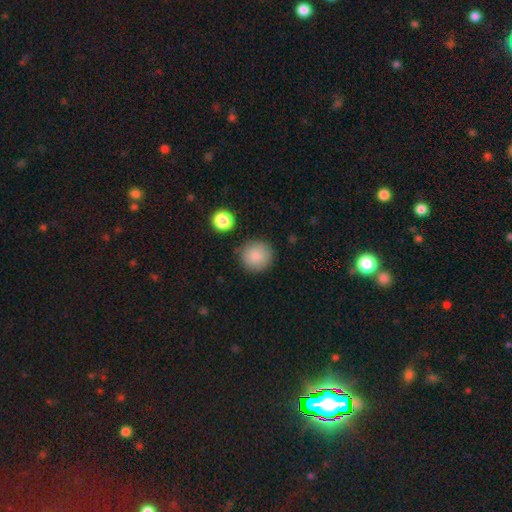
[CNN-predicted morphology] smooth-or-featured: smooth: 86% | star or artifact: 9% | featured or disk: 5%
  how-rounded: round: 93% | in between: 6% | cigar-shaped: 1%
  merging: none: 84% | minor disturbance: 10% | merger: 3% | major disturbance: 3%